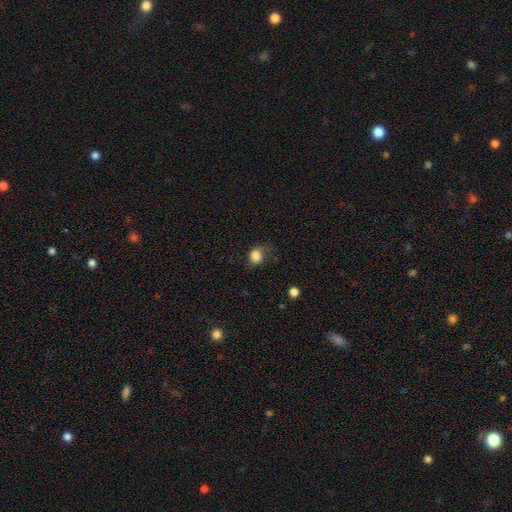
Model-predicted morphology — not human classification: Smooth or featured?
  - smooth: 84% *
  - star or artifact: 10%
  - featured or disk: 6%
How rounded?
  - round: 59% *
  - in between: 40%
  - cigar-shaped: 1%
Merging?
  - none: 53% *
  - minor disturbance: 29%
  - major disturbance: 16%
  - merger: 2%